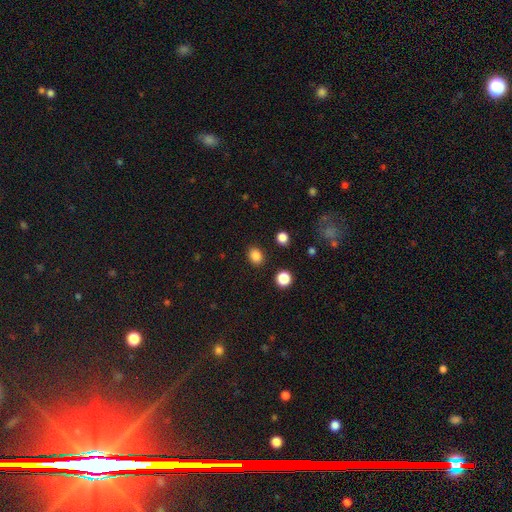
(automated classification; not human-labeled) A smooth galaxy with no disk features (85%) that is in between round and cigar-shaped (50%). Merging: none (87%).